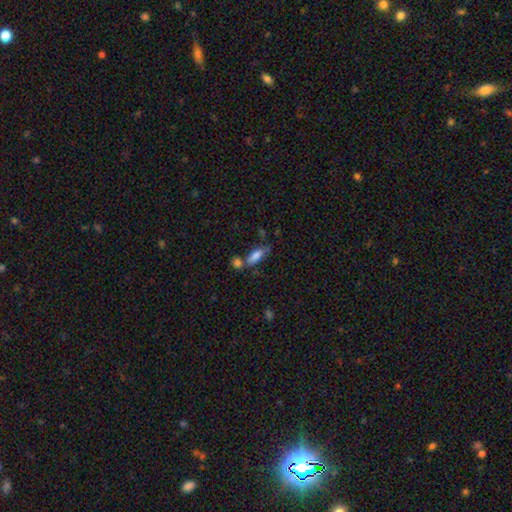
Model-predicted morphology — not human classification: A smooth galaxy with no disk features (76%) that is in between round and cigar-shaped (63%). Merging: none (50%).